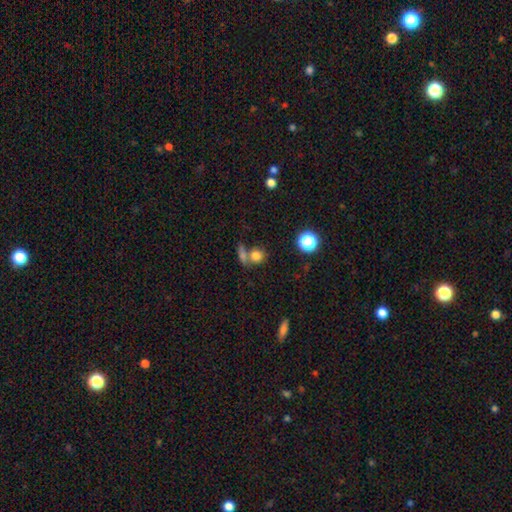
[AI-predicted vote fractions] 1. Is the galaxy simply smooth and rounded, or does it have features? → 77% smooth, 14% star or artifact, 10% featured or disk.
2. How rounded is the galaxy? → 75% round, 23% in between, 2% cigar-shaped.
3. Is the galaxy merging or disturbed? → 45% none, 40% merger, 9% minor disturbance, 5% major disturbance.